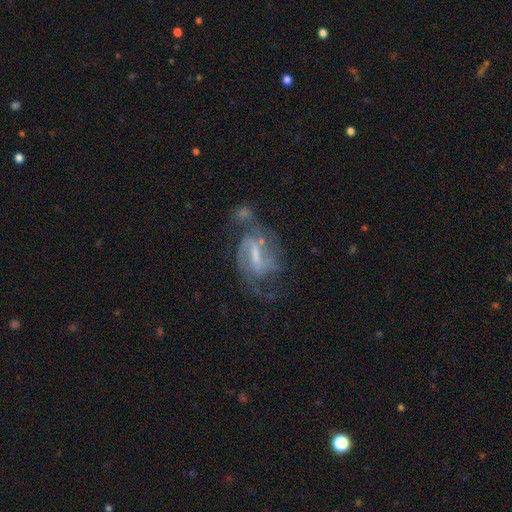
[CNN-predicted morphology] Smooth or featured?
  - featured or disk: 81% *
  - smooth: 11%
  - star or artifact: 8%
Edge-on disk?
  - no: 95% *
  - yes: 5%
Bar?
  - strong: 44% * (tied)
  - weak: 44% * (tied)
  - no: 12%
Spiral arms?
  - yes: 90% *
  - no: 10%
Spiral winding?
  - medium: 51% *
  - tight: 26%
  - loose: 23%
Spiral arm count?
  - 2: 65% *
  - can't tell: 17%
  - 3: 9%
  - 1: 5%
  - 4: 3%
  - more than 4: 2%
Bulge size?
  - small: 39% *
  - moderate: 31%
  - none: 23%
  - large: 5%
  - dominant: 1%
Merging?
  - none: 41% *
  - major disturbance: 23%
  - minor disturbance: 19%
  - merger: 17%